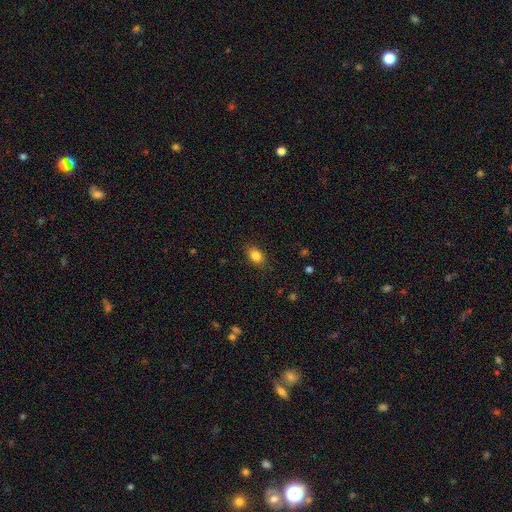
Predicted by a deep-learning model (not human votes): smooth-or-featured: smooth: 84% | star or artifact: 9% | featured or disk: 6%
  how-rounded: in between: 77% | round: 21% | cigar-shaped: 2%
  merging: none: 86% | minor disturbance: 11% | major disturbance: 3% | merger: 1%